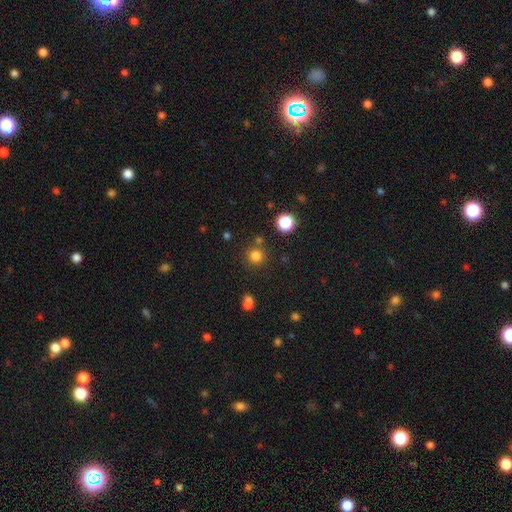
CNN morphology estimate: This is likely a smooth galaxy (79%). How rounded: clearly round (93%). Merging: clearly none (81%).